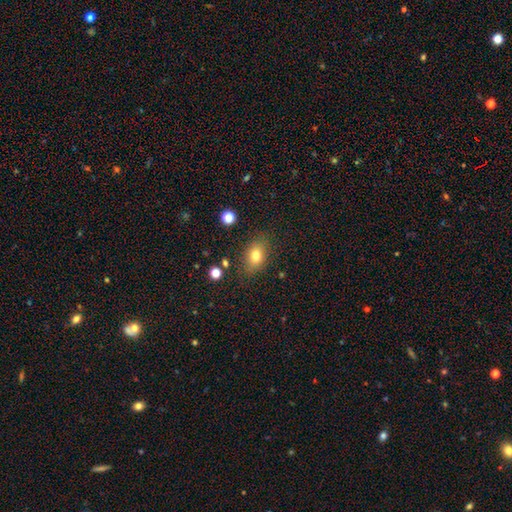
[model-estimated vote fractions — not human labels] Smooth or featured? smooth (77%)
How rounded? in between (77%)
Merging? none (83%)